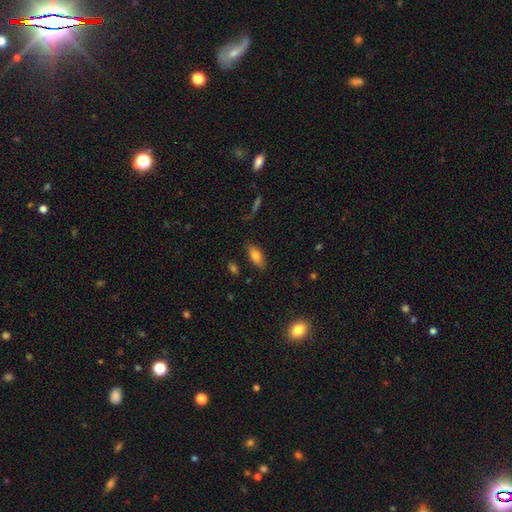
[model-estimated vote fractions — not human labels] smooth-or-featured: smooth: 76% | featured or disk: 16% | star or artifact: 8%
  how-rounded: in between: 83% | cigar-shaped: 15% | round: 3%
  merging: none: 83% | minor disturbance: 12% | major disturbance: 3% | merger: 2%